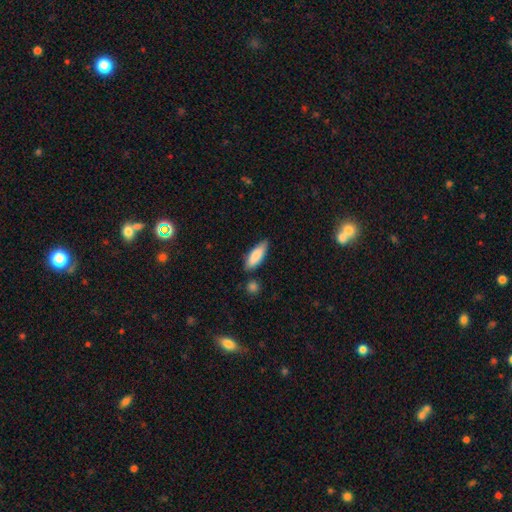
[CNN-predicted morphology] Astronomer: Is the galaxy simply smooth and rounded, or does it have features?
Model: smooth — 85%.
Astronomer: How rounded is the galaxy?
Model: in between — 66%.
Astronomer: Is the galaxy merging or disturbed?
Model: none — 78%.